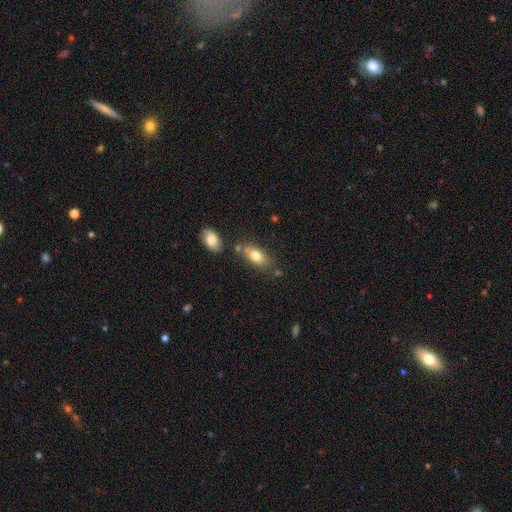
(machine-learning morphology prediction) Smooth or featured: smooth — 78% (featured or disk — 15%)
How rounded: in between — 87% (cigar-shaped — 7%)
Merging: none — 66% (minor disturbance — 16%)